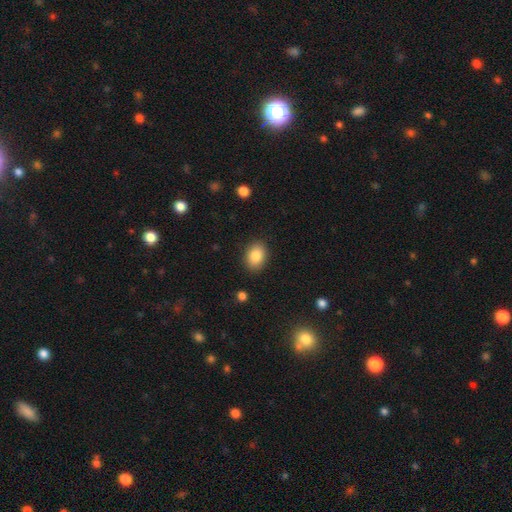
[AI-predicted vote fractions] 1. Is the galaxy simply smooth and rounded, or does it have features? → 86% smooth, 8% star or artifact, 6% featured or disk.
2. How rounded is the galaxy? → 77% in between, 22% round, 1% cigar-shaped.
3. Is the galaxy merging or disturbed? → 87% none, 9% minor disturbance, 3% major disturbance, 1% merger.